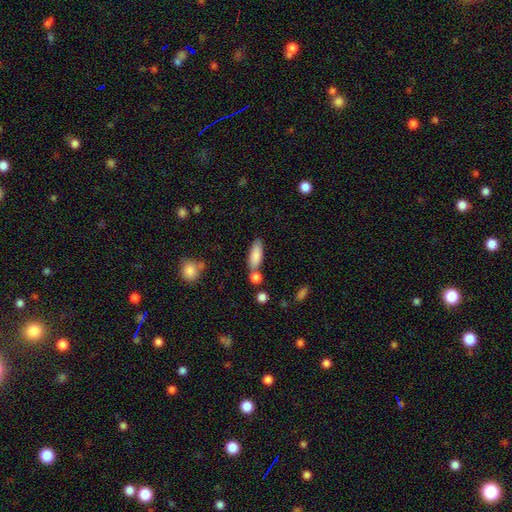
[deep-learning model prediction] A smooth galaxy with no disk features (85%) that is in between round and cigar-shaped (65%).

Vote fractions:
- Smooth or featured? smooth: 85% / featured or disk: 8% / star or artifact: 7%
- How rounded? in between: 65% / cigar-shaped: 32% / round: 2%
- Merging? none: 62% / merger: 20% / minor disturbance: 14% / major disturbance: 4%